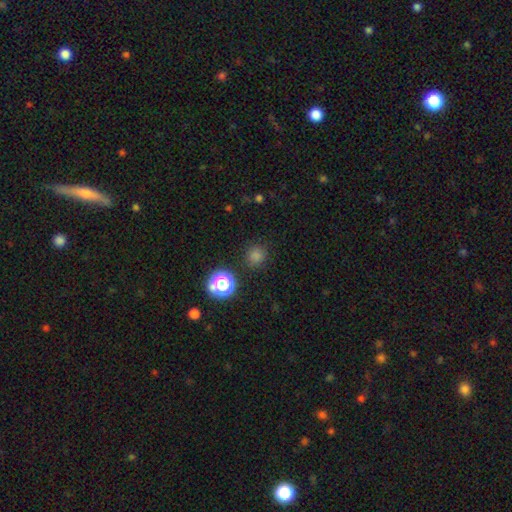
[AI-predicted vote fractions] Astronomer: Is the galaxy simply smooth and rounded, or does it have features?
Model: smooth — 73%.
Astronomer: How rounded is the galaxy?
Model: round — 92%.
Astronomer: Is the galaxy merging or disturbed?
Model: none — 87%.